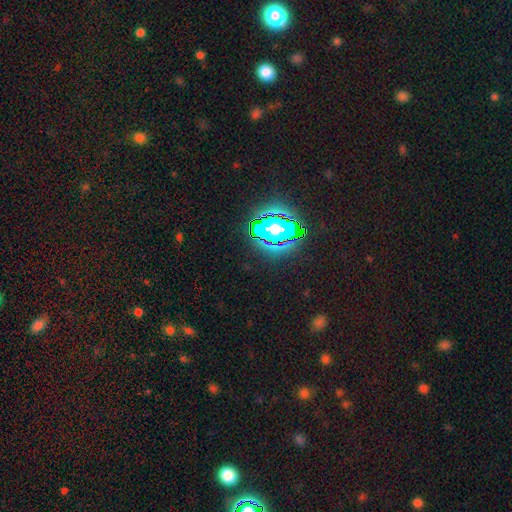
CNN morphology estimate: A star or artifact, not a galaxy (78%).